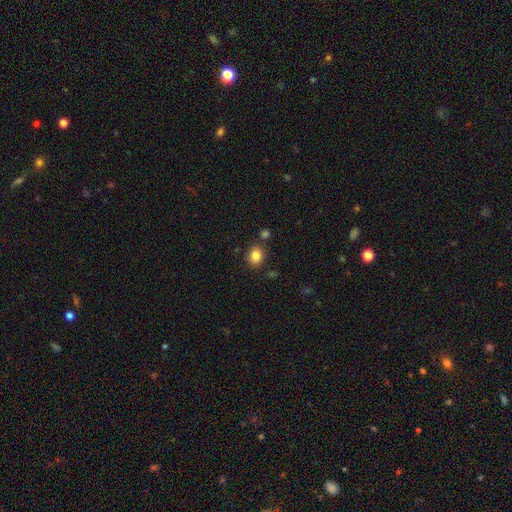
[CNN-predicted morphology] A smooth galaxy with no disk features (84%) that is round (61%).

Vote fractions:
- Smooth or featured? smooth: 84% / star or artifact: 10% / featured or disk: 6%
- How rounded? round: 61% / in between: 38% / cigar-shaped: 1%
- Merging? none: 82% / minor disturbance: 9% / merger: 6% / major disturbance: 3%